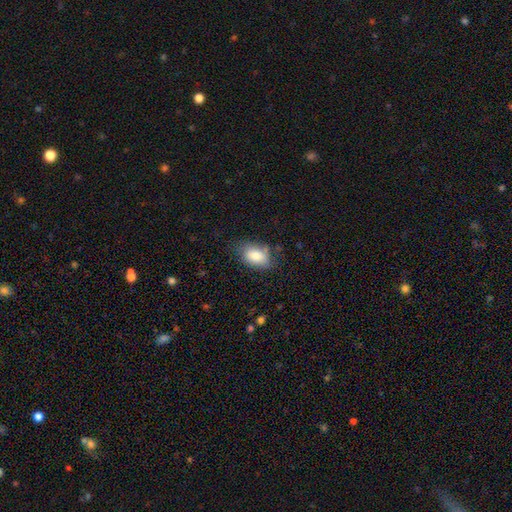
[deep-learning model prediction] smooth-or-featured: smooth: 80% | featured or disk: 13% | star or artifact: 8%
  how-rounded: in between: 88% | round: 10% | cigar-shaped: 2%
  merging: none: 68% | minor disturbance: 23% | major disturbance: 6% | merger: 3%